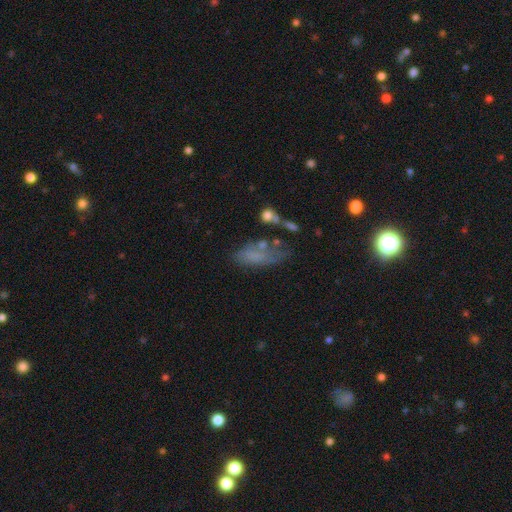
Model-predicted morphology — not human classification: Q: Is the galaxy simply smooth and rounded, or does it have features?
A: smooth — 55%.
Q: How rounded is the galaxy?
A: in between — 76%.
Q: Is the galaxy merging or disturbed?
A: none — 33%.